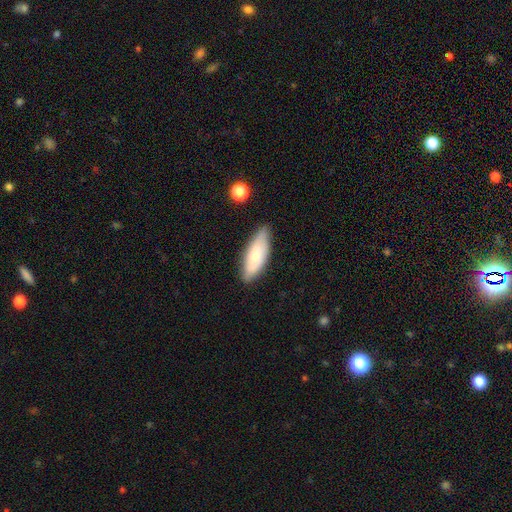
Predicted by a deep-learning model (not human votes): smooth 66%, featured or disk 28%, star or artifact 6%. Down the decision tree: how rounded — in between (71%); merging — none (77%).